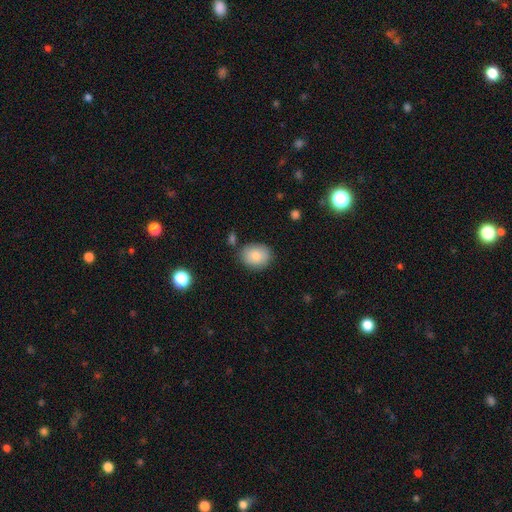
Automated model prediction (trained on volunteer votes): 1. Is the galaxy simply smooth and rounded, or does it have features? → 83% smooth, 9% featured or disk, 8% star or artifact.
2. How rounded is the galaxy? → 55% round, 44% in between, 1% cigar-shaped.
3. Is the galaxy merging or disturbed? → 78% none, 15% minor disturbance, 4% merger, 3% major disturbance.